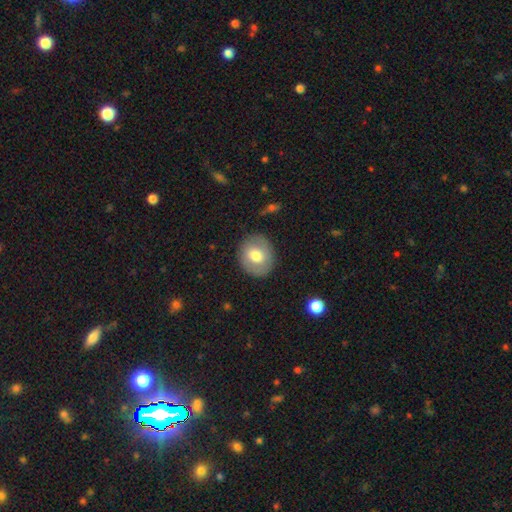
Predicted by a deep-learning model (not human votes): This appears to be a smooth galaxy with no disk features (65%) that is round (74%). Merging: none (86%).